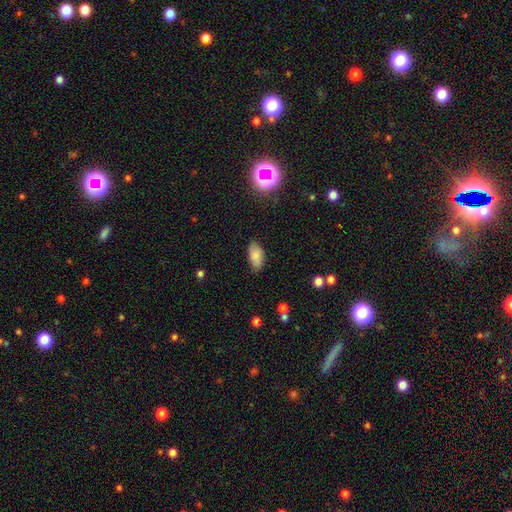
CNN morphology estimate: Smooth or featured?
  - smooth: 82% *
  - star or artifact: 9%
  - featured or disk: 9%
How rounded?
  - in between: 93% *
  - cigar-shaped: 4%
  - round: 3%
Merging?
  - none: 80% *
  - minor disturbance: 15%
  - major disturbance: 3%
  - merger: 1%